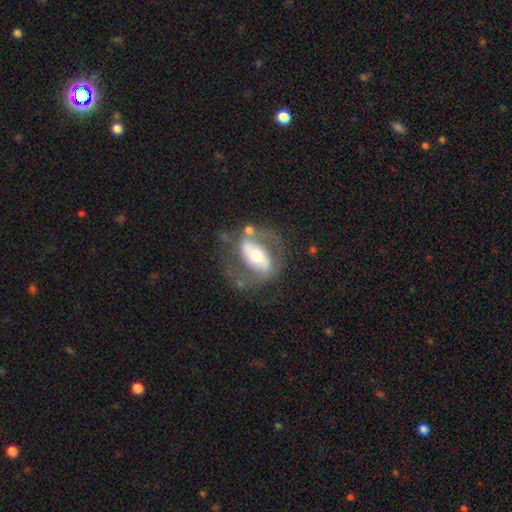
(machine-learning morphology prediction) type=featured or disk (74%); edge-on=no (93%); bar=strong (44%); spiral arms=yes (71%); bulge=moderate (65%); merging=none (59%).